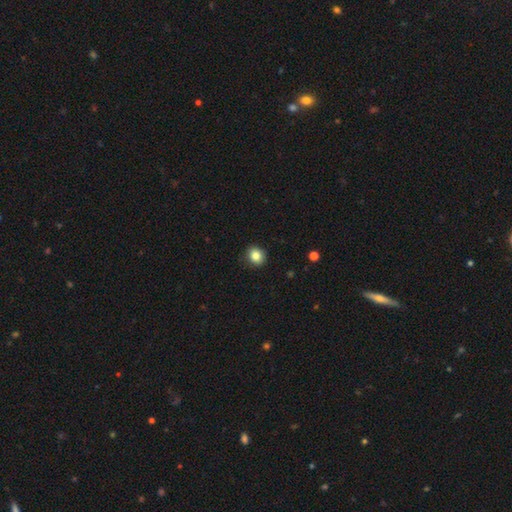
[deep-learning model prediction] Morphology: type=smooth (85%); roundness=round (74%); merging=none (90%).